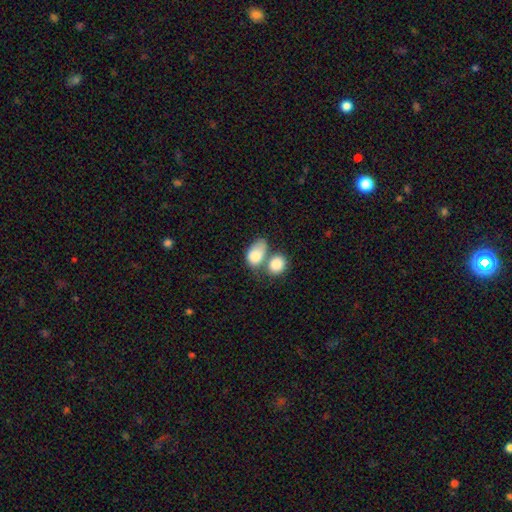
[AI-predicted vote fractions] This is clearly a smooth galaxy (81%). How rounded: clearly in between (81%). Merging: possibly merger (58%).